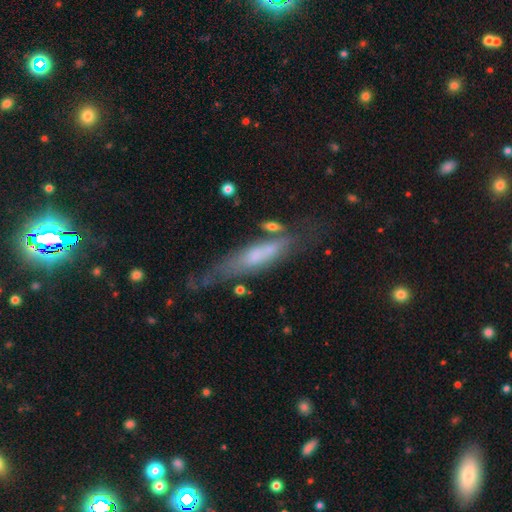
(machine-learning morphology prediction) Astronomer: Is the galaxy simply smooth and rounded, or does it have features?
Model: featured or disk — 55%.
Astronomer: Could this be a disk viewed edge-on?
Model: yes — 66%.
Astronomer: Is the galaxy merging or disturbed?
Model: none — 62%.